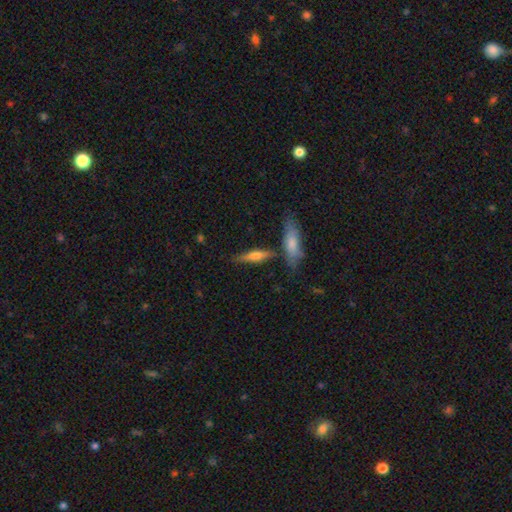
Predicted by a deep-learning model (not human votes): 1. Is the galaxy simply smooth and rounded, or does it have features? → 49% smooth, 44% featured or disk, 7% star or artifact.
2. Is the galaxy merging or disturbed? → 69% none, 14% minor disturbance, 13% merger, 4% major disturbance.